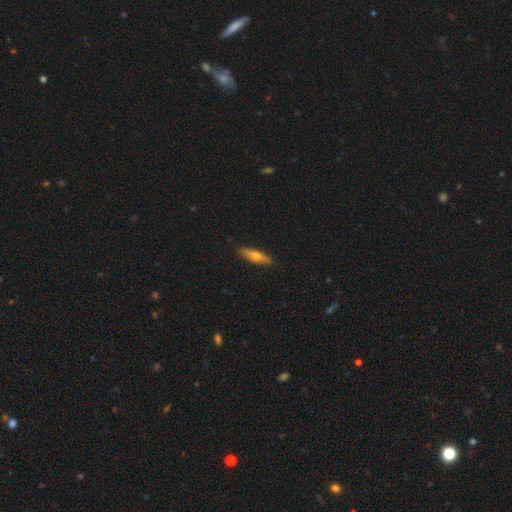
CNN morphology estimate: type=smooth (51%); roundness=cigar-shaped (73%); merging=none (90%).